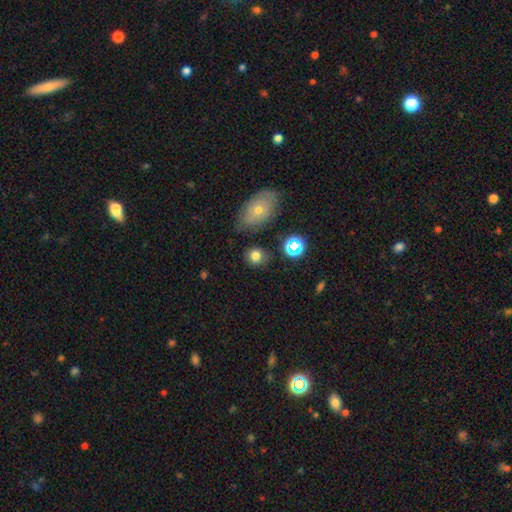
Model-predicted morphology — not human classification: The model was most divided on "how rounded": round: 68%, in between: 31%, cigar-shaped: 1%. More confident: smooth or featured — smooth (76%); merging — none (76%).